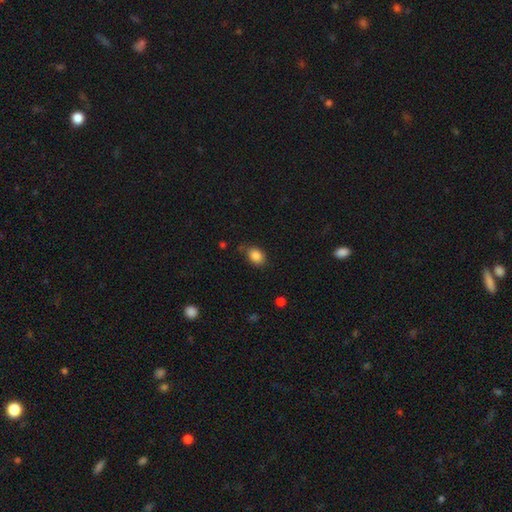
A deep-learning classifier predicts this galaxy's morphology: smooth-or-featured: smooth: 86% | star or artifact: 9% | featured or disk: 5%
  how-rounded: in between: 76% | round: 23% | cigar-shaped: 1%
  merging: none: 73% | minor disturbance: 20% | major disturbance: 4% | merger: 3%